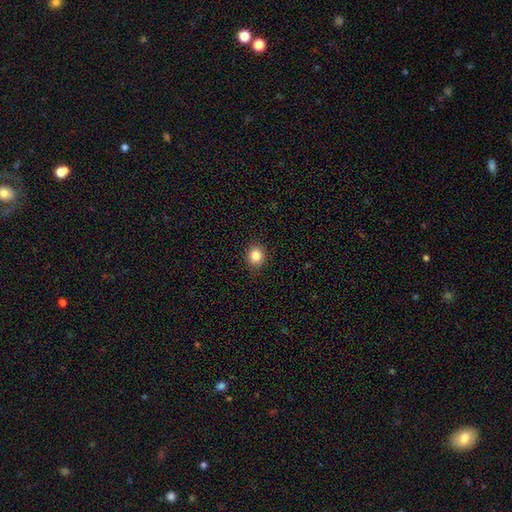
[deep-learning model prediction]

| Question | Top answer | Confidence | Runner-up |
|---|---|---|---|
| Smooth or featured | smooth | 84% | star or artifact (11%) |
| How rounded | round | 75% | in between (24%) |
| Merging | none | 90% | minor disturbance (7%) |